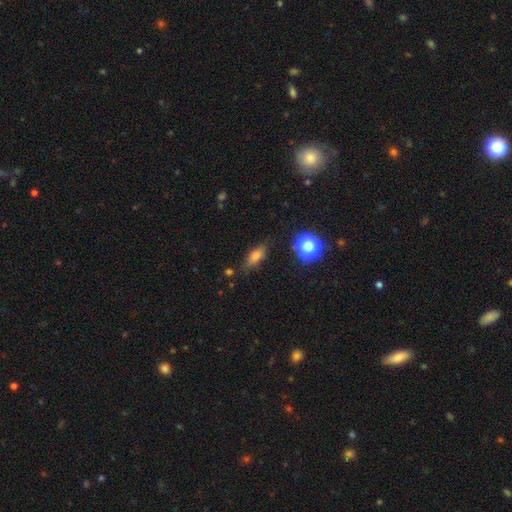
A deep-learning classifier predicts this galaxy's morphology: smooth-or-featured: smooth: 73% | featured or disk: 14% | star or artifact: 14%
  how-rounded: in between: 67% | cigar-shaped: 25% | round: 8%
  merging: none: 77% | minor disturbance: 16% | major disturbance: 4% | merger: 2%